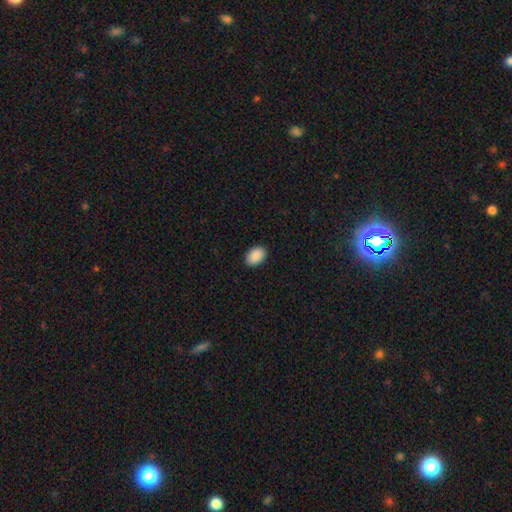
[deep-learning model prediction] smooth-or-featured: smooth: 90% | star or artifact: 7% | featured or disk: 3%
  how-rounded: in between: 87% | round: 12% | cigar-shaped: 1%
  merging: none: 90% | minor disturbance: 8% | major disturbance: 2% | merger: 1%